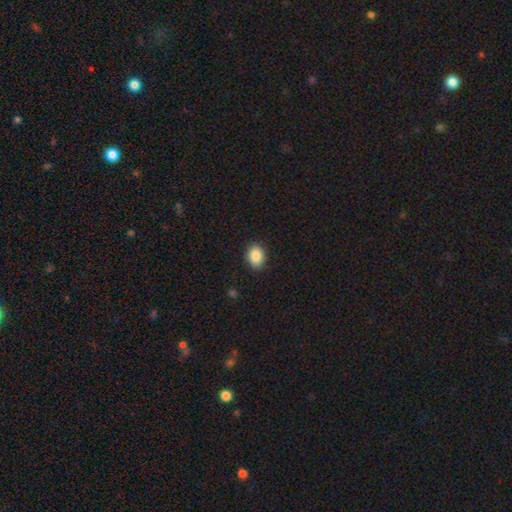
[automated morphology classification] type=smooth (88%); roundness=in between (72%); merging=none (88%).